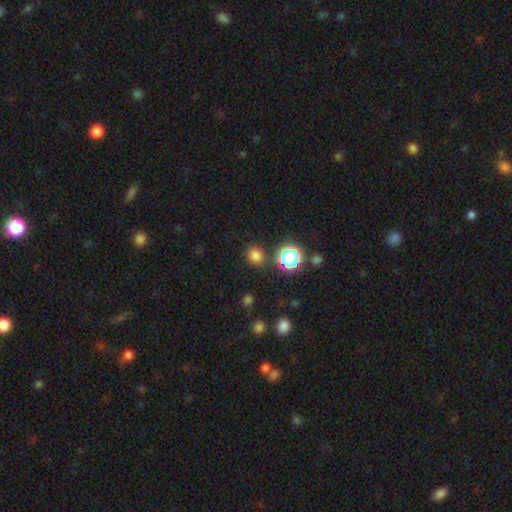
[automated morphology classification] Overall: smooth (75%). How rounded: round (88%). Merging: none (85%).